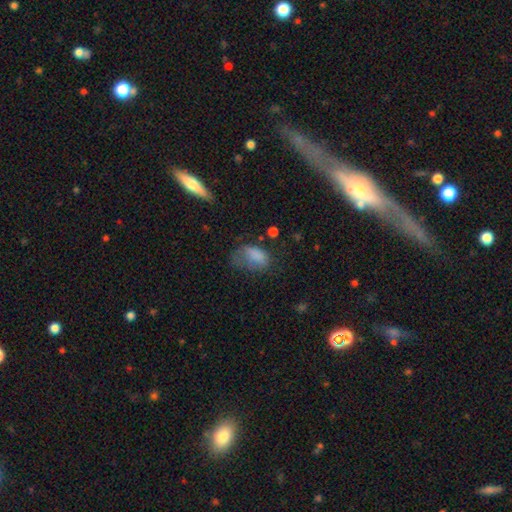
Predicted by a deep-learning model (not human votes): smooth-or-featured: smooth: 74% | featured or disk: 15% | star or artifact: 11%
  how-rounded: in between: 86% | round: 12% | cigar-shaped: 2%
  merging: major disturbance: 40% | minor disturbance: 29% | none: 27% | merger: 4%